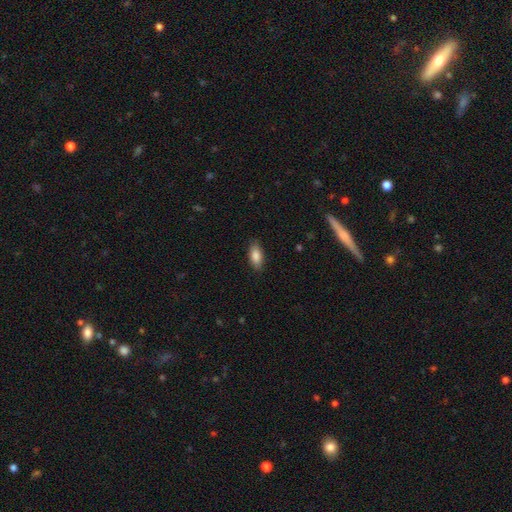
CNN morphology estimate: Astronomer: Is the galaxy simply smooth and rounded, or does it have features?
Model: smooth — 86%.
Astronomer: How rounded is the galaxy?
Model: in between — 86%.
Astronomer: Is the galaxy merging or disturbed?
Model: none — 86%.